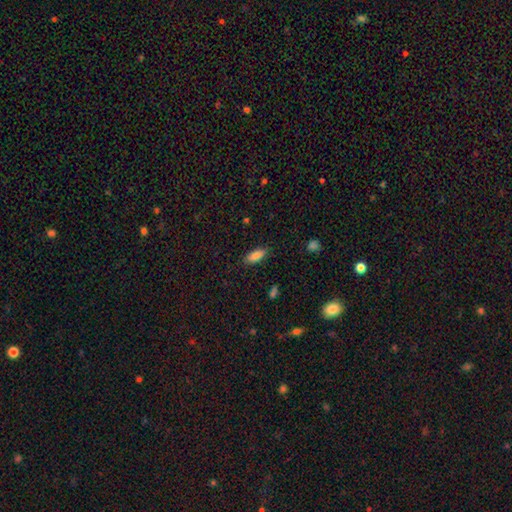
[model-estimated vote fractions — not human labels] This is clearly a smooth galaxy (85%). How rounded: likely in between (80%). Merging: clearly none (85%).